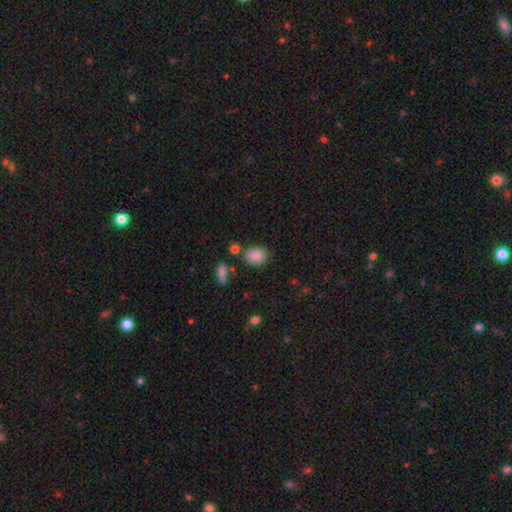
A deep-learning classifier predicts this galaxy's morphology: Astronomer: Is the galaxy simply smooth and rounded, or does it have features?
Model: smooth — 85%.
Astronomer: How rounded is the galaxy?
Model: in between — 58% (runner-up: round, 41%).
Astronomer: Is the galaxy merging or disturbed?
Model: none — 78%.